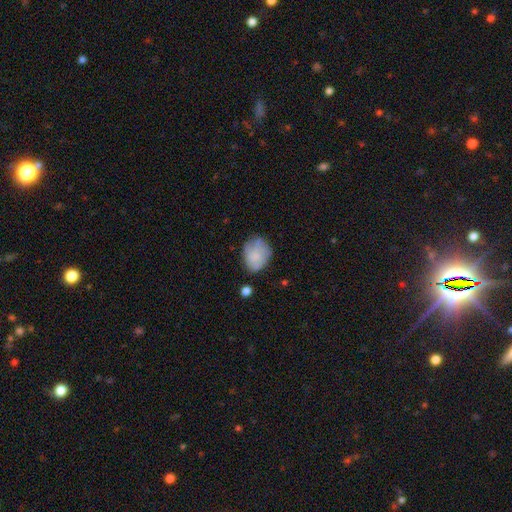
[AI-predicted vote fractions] Smooth or featured: smooth — 75% (featured or disk — 18%)
How rounded: in between — 54% (round — 45%)
Merging: none — 59% (minor disturbance — 28%)